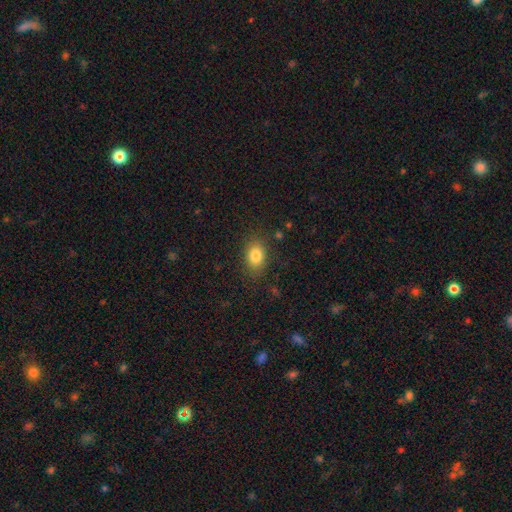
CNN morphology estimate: Smooth or featured: smooth — 83% (star or artifact — 10%)
How rounded: in between — 74% (round — 24%)
Merging: none — 83% (minor disturbance — 11%)